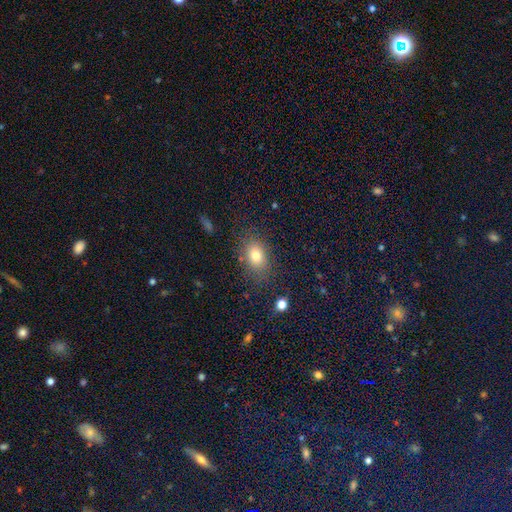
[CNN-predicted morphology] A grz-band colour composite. It shows a smooth galaxy with no disk features (78%) that is in between round and cigar-shaped (76%). Merging: none (79%).